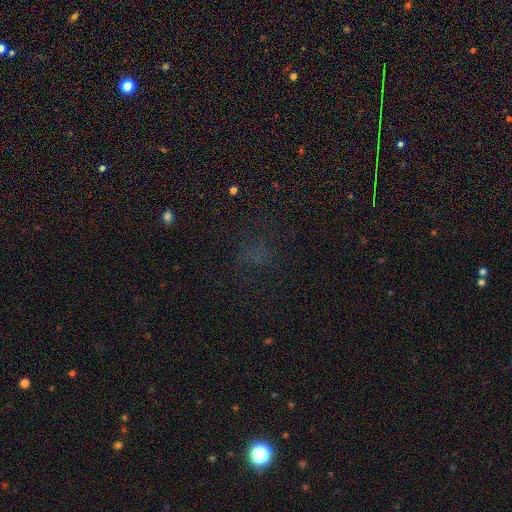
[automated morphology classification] This is possibly a star or artifact rather than a galaxy (48%).